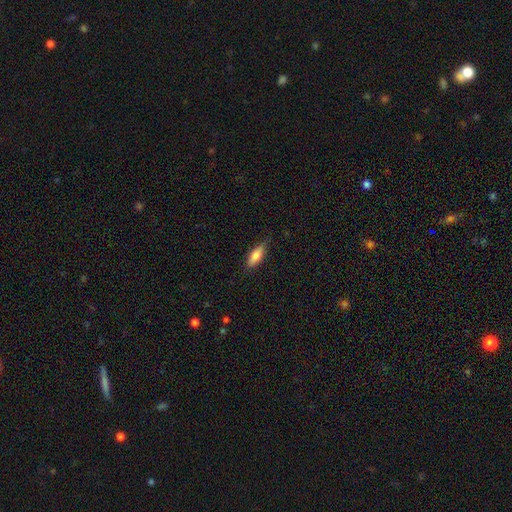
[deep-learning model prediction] Q: Smooth or featured?
A: smooth (76%); runner-up: featured or disk (17%)
Q: How rounded?
A: in between (65%); runner-up: cigar-shaped (33%)
Q: Merging?
A: none (77%); runner-up: minor disturbance (19%)